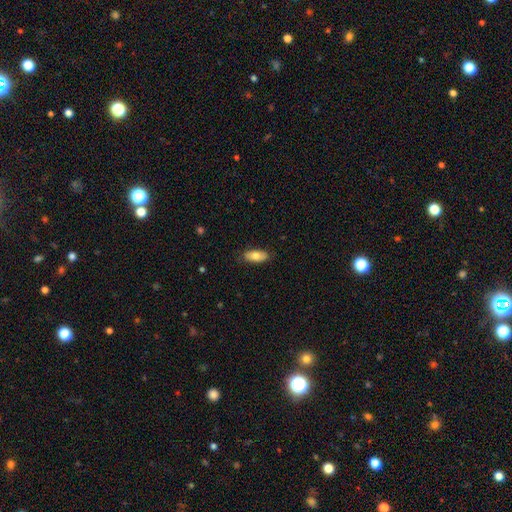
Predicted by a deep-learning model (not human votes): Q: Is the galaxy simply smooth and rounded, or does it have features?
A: smooth — 76%.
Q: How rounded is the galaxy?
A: in between — 87%.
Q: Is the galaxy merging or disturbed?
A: none — 84%.